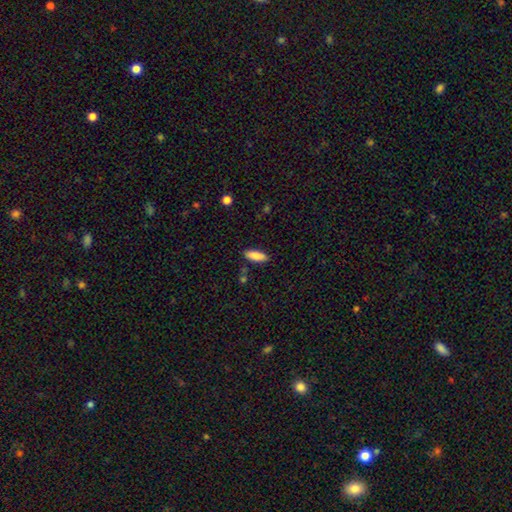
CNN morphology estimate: Overall: smooth (87%). How rounded: in between (64%; cigar-shaped 34%). Merging: none (83%).